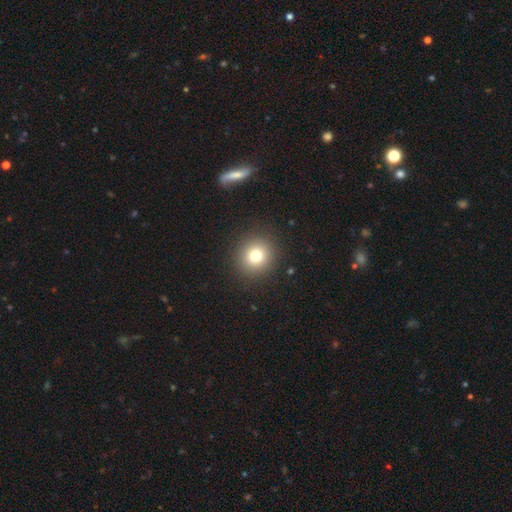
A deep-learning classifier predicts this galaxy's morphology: smooth-or-featured: smooth: 77% | star or artifact: 13% | featured or disk: 9%
  how-rounded: round: 90% | in between: 9% | cigar-shaped: 1%
  merging: none: 90% | minor disturbance: 6% | major disturbance: 3% | merger: 1%